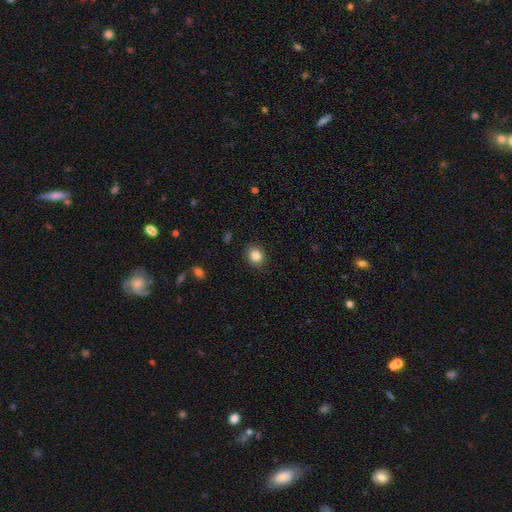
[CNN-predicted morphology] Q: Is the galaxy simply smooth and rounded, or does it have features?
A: smooth — 85%.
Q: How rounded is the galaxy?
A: round — 70%.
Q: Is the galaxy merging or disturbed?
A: none — 87%.